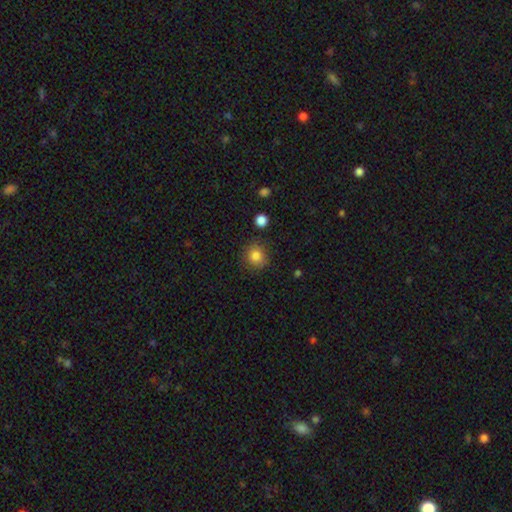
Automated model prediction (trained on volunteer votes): The model was most divided on "smooth or featured": smooth: 84%, star or artifact: 11%, featured or disk: 5%. More confident: how rounded — round (88%); merging — none (86%).